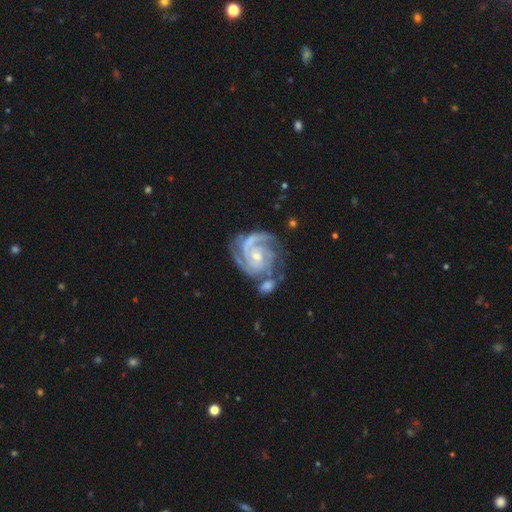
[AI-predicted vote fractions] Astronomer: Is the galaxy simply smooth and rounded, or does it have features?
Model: featured or disk — 92%.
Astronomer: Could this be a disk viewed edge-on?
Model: no — 98%.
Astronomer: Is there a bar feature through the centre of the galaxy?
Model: no — 59%.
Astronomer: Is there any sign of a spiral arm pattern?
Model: yes — 98%.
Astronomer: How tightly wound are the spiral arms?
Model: tight — 67%.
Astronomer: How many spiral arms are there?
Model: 3 — 38% (runner-up: 2, 36%).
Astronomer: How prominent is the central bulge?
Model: small — 54% (runner-up: moderate, 41%).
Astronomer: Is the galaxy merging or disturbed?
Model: none — 52%.